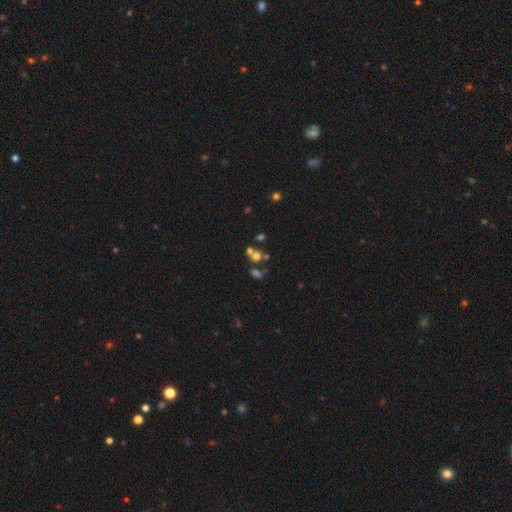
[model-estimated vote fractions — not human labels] smooth_or_featured: smooth (p=0.55) [alt: star or artifact p=0.28]
how_rounded: round (p=0.63) [alt: in between p=0.35]
merging: none (p=0.43) [alt: merger p=0.41]